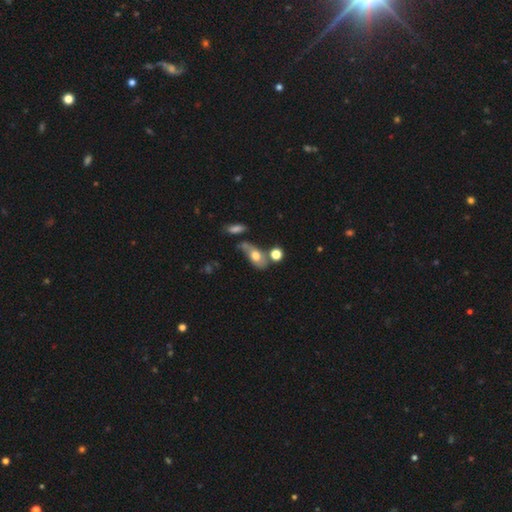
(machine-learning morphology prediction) Smooth or featured: smooth — 64% (featured or disk — 27%)
How rounded: in between — 78% (round — 14%)
Merging: none — 41% (merger — 27%)